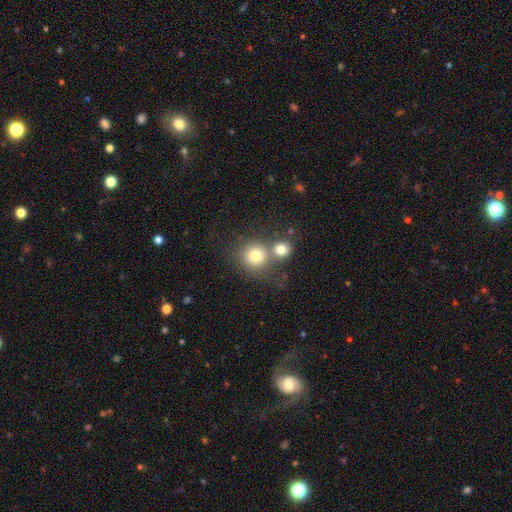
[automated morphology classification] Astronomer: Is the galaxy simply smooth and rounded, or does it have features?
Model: smooth — 77%.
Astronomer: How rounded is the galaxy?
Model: round — 89%.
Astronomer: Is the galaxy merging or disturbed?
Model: none — 48% (runner-up: merger, 41%).